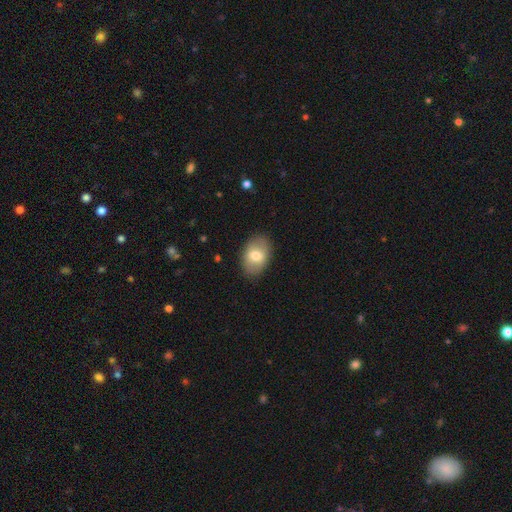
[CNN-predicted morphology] Smooth or featured? Predicted: smooth (p=0.70). How rounded? Predicted: in between (p=0.85). Merging? Predicted: none (p=0.85).